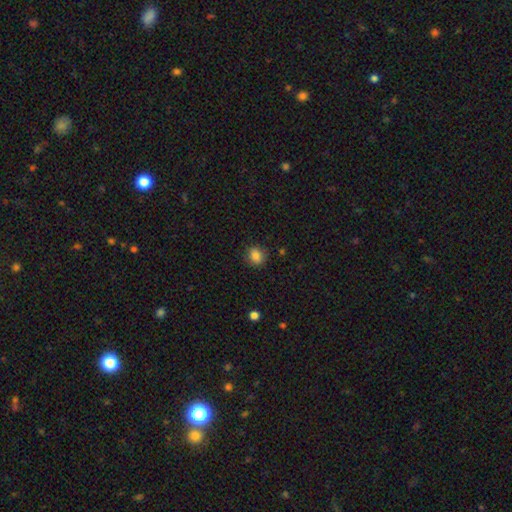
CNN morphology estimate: Smooth or featured: smooth — 84% (star or artifact — 11%)
How rounded: round — 74% (in between — 25%)
Merging: none — 87% (minor disturbance — 10%)